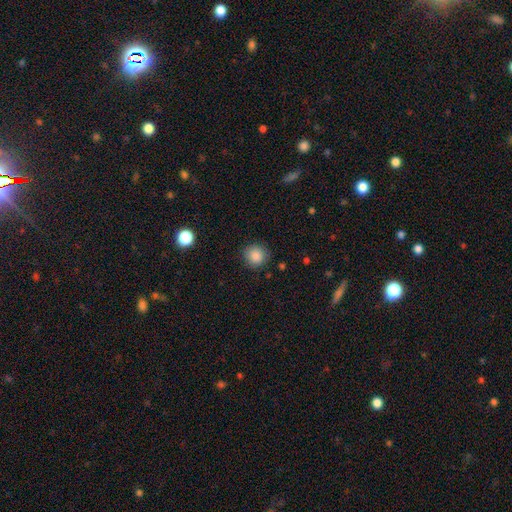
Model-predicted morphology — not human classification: Smooth or featured? Predicted: smooth (p=0.87). How rounded? Predicted: round (p=0.90). Merging? Predicted: none (p=0.86).